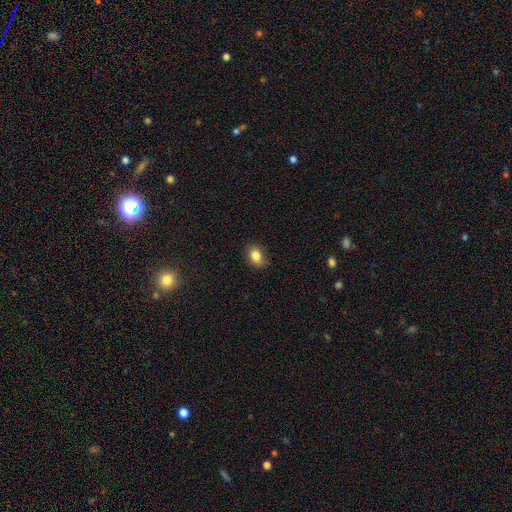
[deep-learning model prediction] smooth-or-featured: smooth: 84% | star or artifact: 9% | featured or disk: 7%
  how-rounded: in between: 70% | round: 28% | cigar-shaped: 1%
  merging: none: 81% | minor disturbance: 15% | major disturbance: 3% | merger: 1%